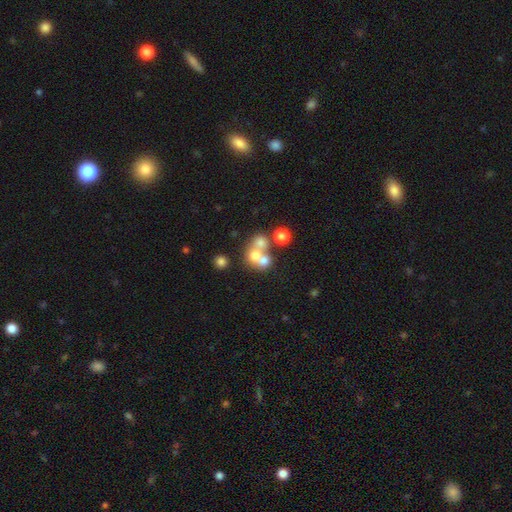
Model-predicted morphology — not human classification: This is likely a smooth galaxy (61%). How rounded: likely round (79%). Merging: possibly merger (55%).